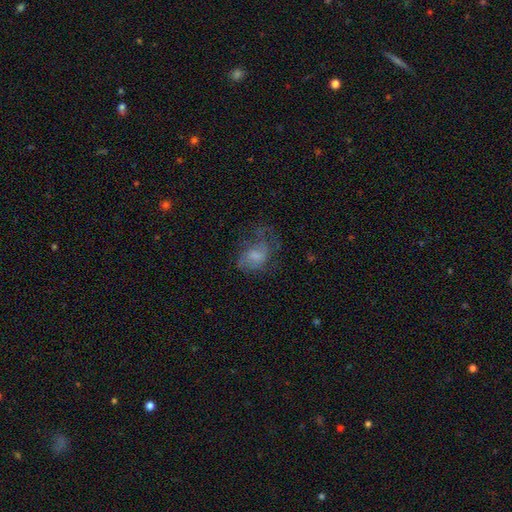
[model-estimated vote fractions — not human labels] Smooth or featured? Predicted: smooth (p=0.46). Merging? Predicted: major disturbance (p=0.40).